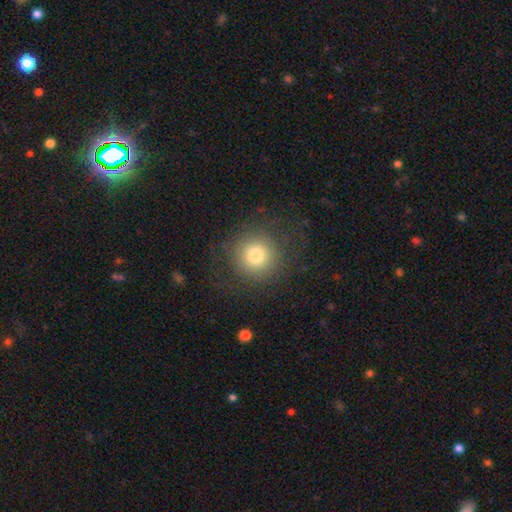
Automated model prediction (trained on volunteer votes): This appears to be a smooth galaxy with no disk features (74%) that is round (93%). Merging: none (79%).